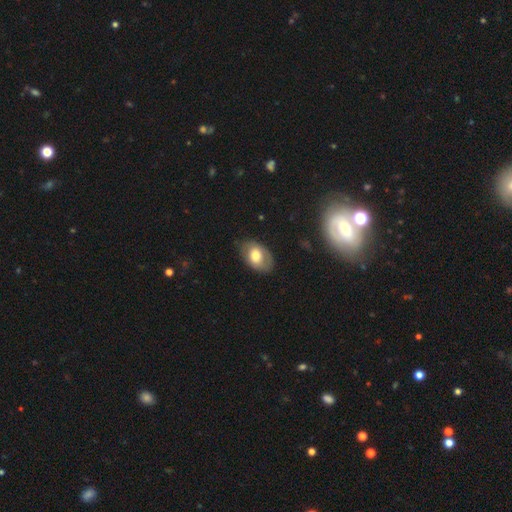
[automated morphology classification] This is likely a smooth galaxy (66%). How rounded: clearly in between (85%). Merging: likely none (74%).